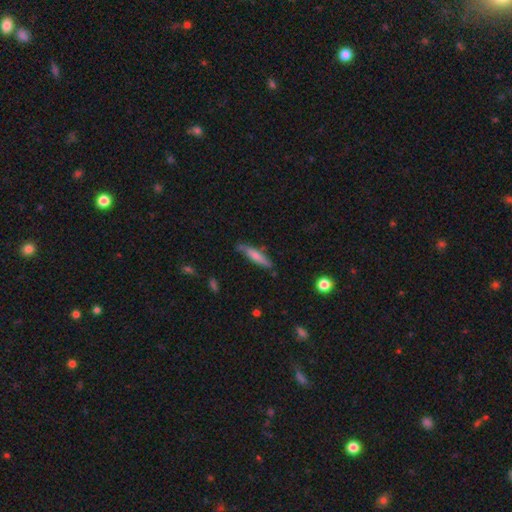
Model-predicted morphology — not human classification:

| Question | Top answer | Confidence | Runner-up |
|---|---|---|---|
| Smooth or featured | smooth | 68% | featured or disk (26%) |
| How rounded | cigar-shaped | 82% | in between (17%) |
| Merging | none | 74% | minor disturbance (19%) |